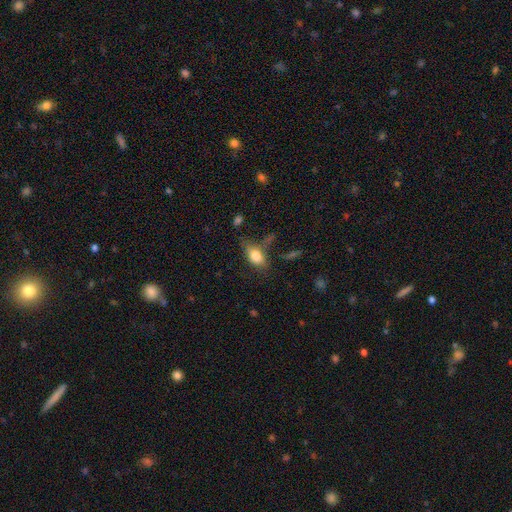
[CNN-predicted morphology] The model was most divided on "merging": none: 54%, minor disturbance: 27%, major disturbance: 12%, merger: 7%. More confident: how rounded — in between (88%); smooth or featured — smooth (81%).